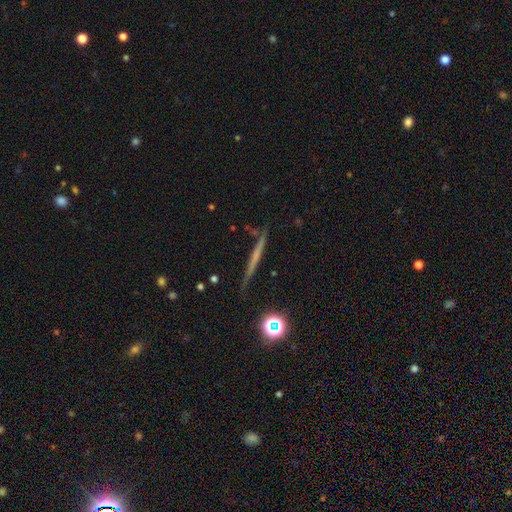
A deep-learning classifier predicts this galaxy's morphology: Smooth or featured: featured or disk — 49% (smooth — 38%)
Merging: none — 82% (minor disturbance — 12%)